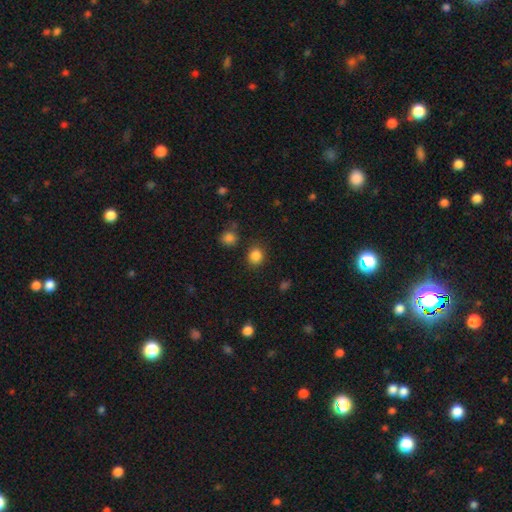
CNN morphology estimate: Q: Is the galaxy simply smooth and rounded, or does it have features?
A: smooth — 85%.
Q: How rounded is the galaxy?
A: round — 73%.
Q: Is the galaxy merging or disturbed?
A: none — 83%.